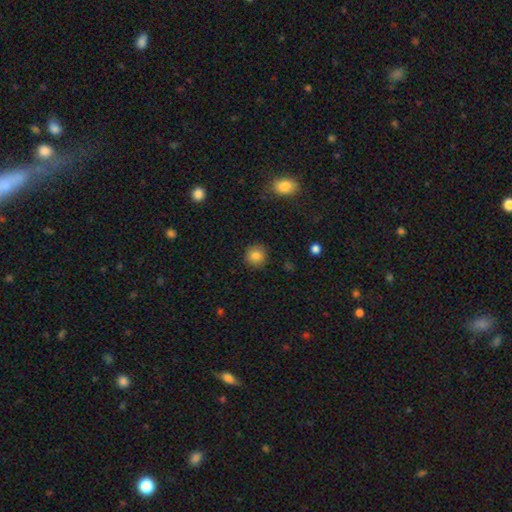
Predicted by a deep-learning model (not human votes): smooth_or_featured: smooth (p=0.83) [alt: star or artifact p=0.11]
how_rounded: round (p=0.91) [alt: in between p=0.08]
merging: none (p=0.89) [alt: minor disturbance p=0.07]